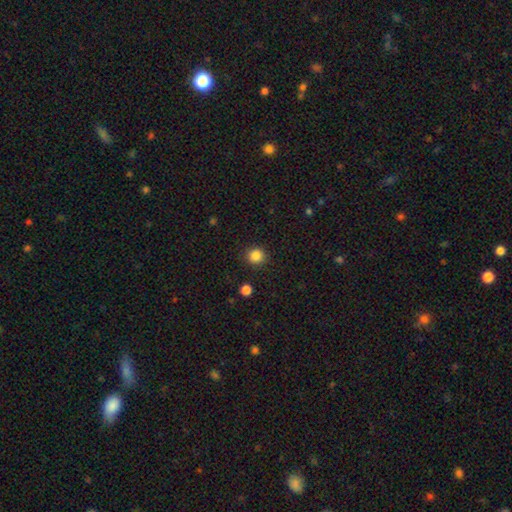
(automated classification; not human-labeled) Smooth or featured?
  - smooth: 86% *
  - star or artifact: 11%
  - featured or disk: 3%
How rounded?
  - round: 89% *
  - in between: 10%
  - cigar-shaped: 1%
Merging?
  - none: 90% *
  - minor disturbance: 6%
  - major disturbance: 2%
  - merger: 1%